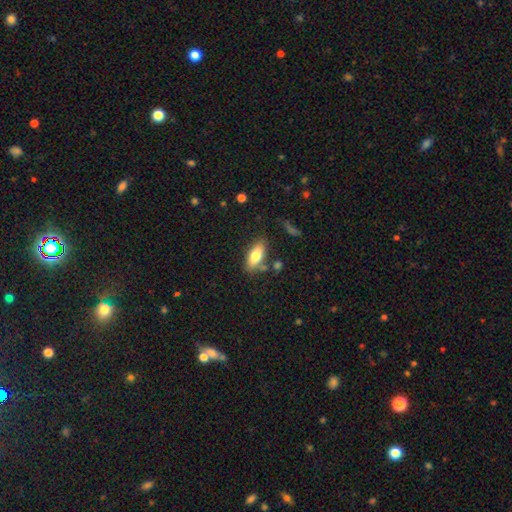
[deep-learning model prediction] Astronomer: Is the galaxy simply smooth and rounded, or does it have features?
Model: smooth — 75%.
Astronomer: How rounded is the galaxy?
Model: in between — 76%.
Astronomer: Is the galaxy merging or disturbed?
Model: none — 75%.